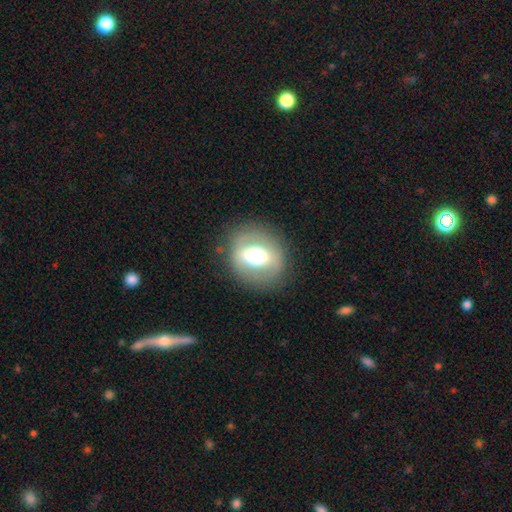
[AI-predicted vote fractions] This is possibly a featured or disk galaxy (46%). Merging: clearly none (81%).